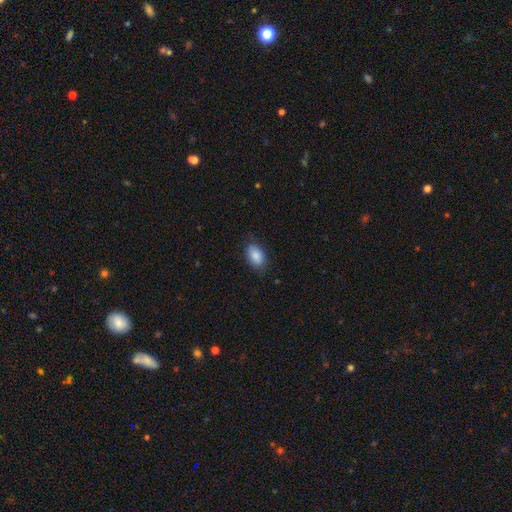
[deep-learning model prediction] A smooth galaxy with no disk features (87%) that is in between round and cigar-shaped (91%). Merging: none (80%).